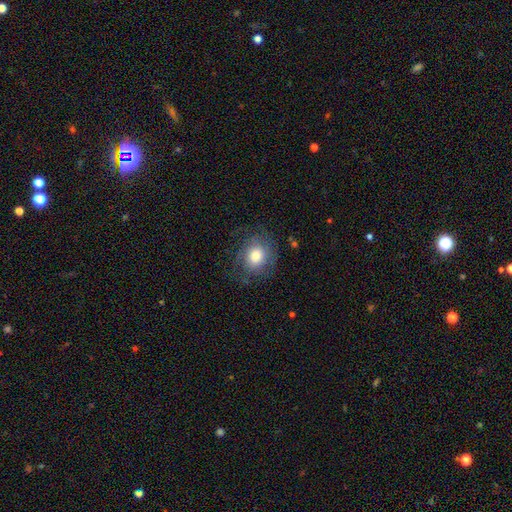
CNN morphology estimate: Smooth or featured? smooth (63%)
How rounded? round (65%)
Merging? none (69%)